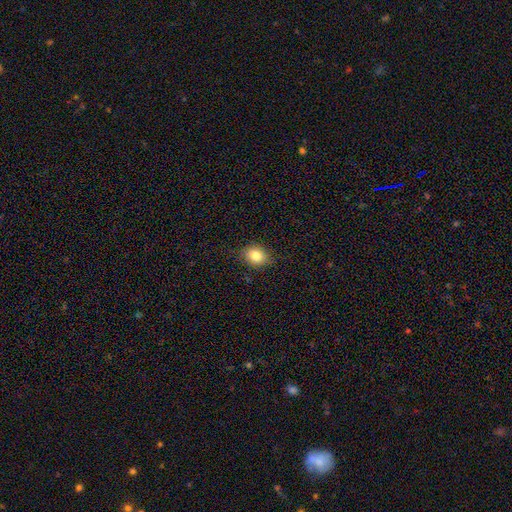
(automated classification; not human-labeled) smooth-or-featured: smooth: 83% | star or artifact: 10% | featured or disk: 7%
  how-rounded: in between: 53% | round: 46% | cigar-shaped: 1%
  merging: none: 84% | minor disturbance: 12% | major disturbance: 3% | merger: 1%